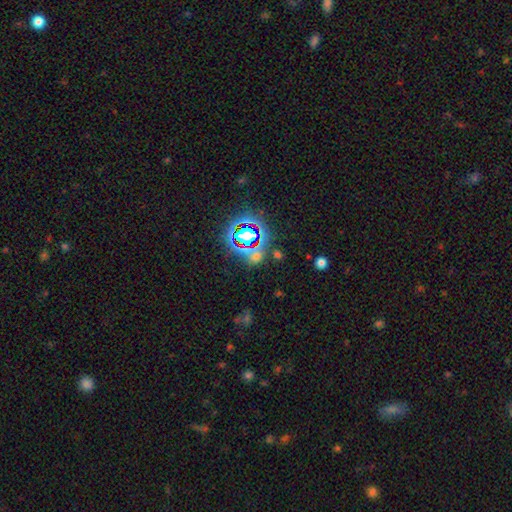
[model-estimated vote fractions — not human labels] Overall: star or artifact (59%; smooth 31%).